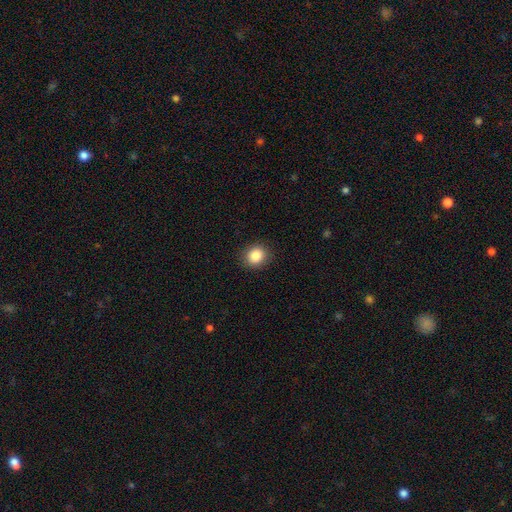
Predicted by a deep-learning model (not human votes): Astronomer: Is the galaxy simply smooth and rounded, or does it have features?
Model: smooth — 86%.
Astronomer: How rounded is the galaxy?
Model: round — 77%.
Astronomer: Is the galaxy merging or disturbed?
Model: none — 90%.